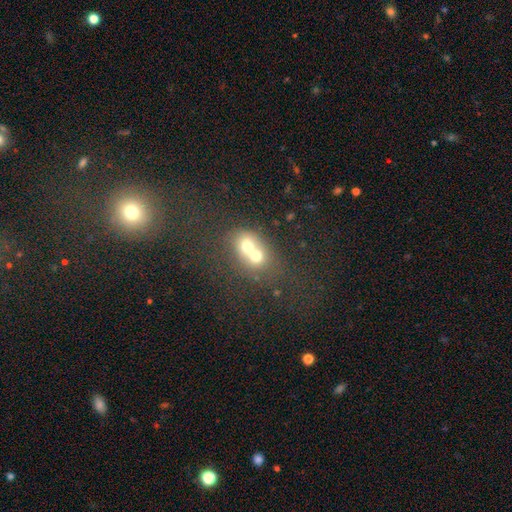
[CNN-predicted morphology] This is likely a smooth galaxy (63%). How rounded: likely round (63%). Merging: likely merger (73%).